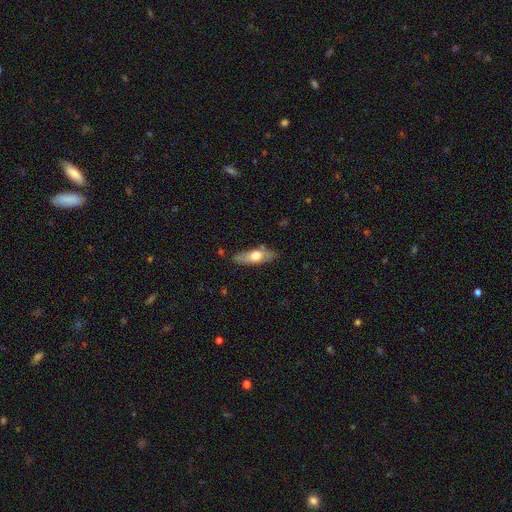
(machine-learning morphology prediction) This appears to be a smooth galaxy with no disk features (56%) that is in between round and cigar-shaped (57%). Merging: none (77%).